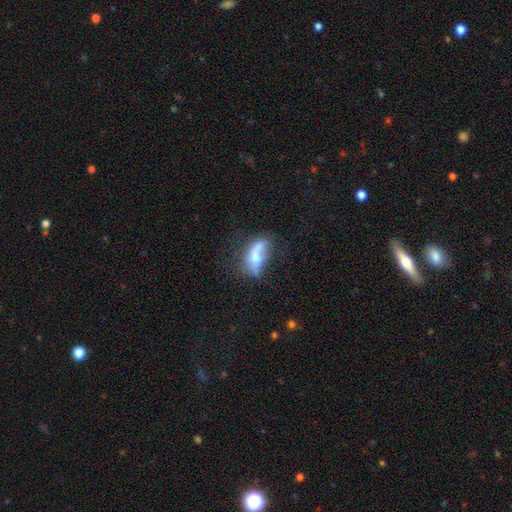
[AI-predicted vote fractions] The model was most divided on "merging": major disturbance: 30%, none: 28%, minor disturbance: 23%, merger: 19%. More confident: how rounded — in between (84%); smooth or featured — smooth (50%).